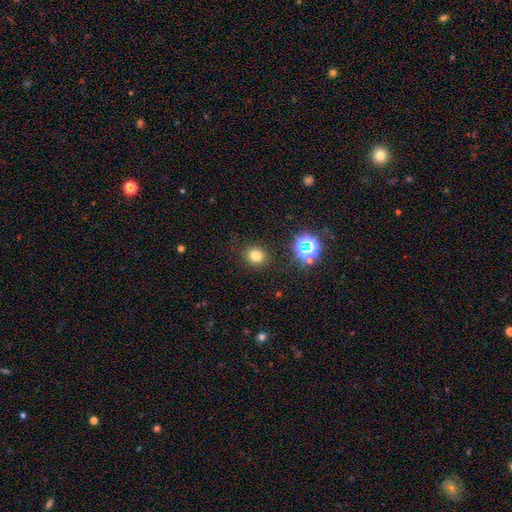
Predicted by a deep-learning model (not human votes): Q: Smooth or featured?
A: smooth (75%); runner-up: star or artifact (18%)
Q: How rounded?
A: round (76%); runner-up: in between (23%)
Q: Merging?
A: none (87%); runner-up: minor disturbance (8%)